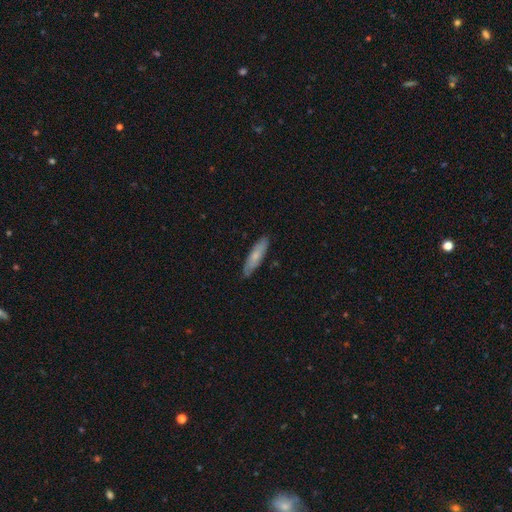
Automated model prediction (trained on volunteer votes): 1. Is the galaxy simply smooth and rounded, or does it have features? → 65% smooth, 29% featured or disk, 6% star or artifact.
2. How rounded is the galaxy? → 71% cigar-shaped, 27% in between, 2% round.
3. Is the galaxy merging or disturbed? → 84% none, 13% minor disturbance, 2% major disturbance, 1% merger.